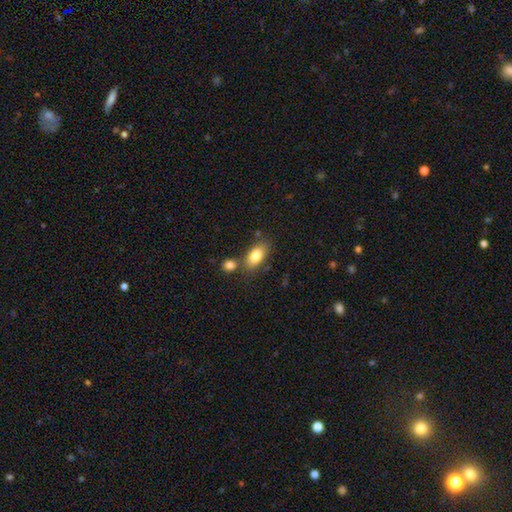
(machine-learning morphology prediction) Smooth or featured?
  - smooth: 82% *
  - featured or disk: 11%
  - star or artifact: 7%
How rounded?
  - in between: 87% *
  - cigar-shaped: 8%
  - round: 6%
Merging?
  - none: 67% *
  - merger: 15%
  - minor disturbance: 14%
  - major disturbance: 4%